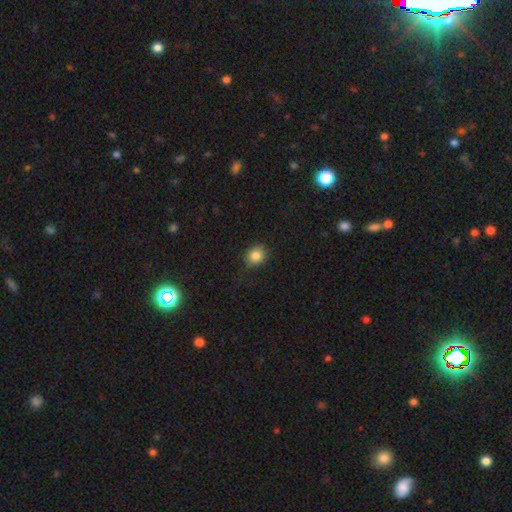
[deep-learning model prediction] A smooth galaxy with no disk features (84%) that is round (67%).

Vote fractions:
- Smooth or featured? smooth: 84% / star or artifact: 10% / featured or disk: 5%
- How rounded? round: 67% / in between: 32% / cigar-shaped: 1%
- Merging? none: 84% / minor disturbance: 12% / major disturbance: 3% / merger: 1%